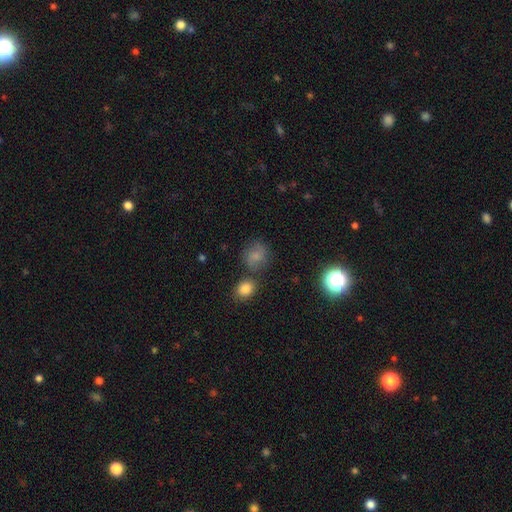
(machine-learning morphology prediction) Smooth or featured?
  - smooth: 72% *
  - featured or disk: 14%
  - star or artifact: 13%
How rounded?
  - round: 72% *
  - in between: 27%
  - cigar-shaped: 1%
Merging?
  - none: 66% *
  - minor disturbance: 18%
  - merger: 10%
  - major disturbance: 6%